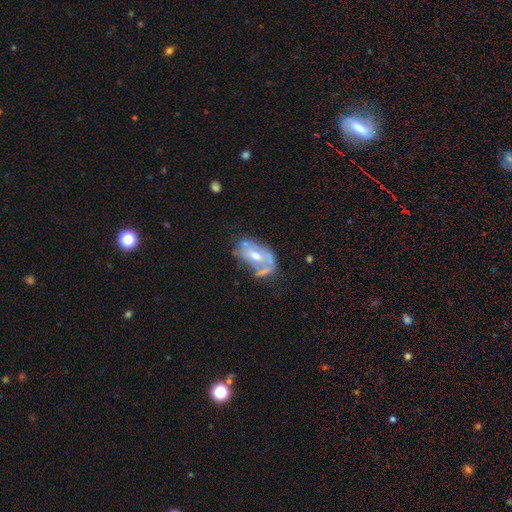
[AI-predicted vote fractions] Smooth or featured: featured or disk — 66% (smooth — 26%)
Edge-on disk: no — 95% (yes — 5%)
Bar: no — 61% (weak — 30%)
Spiral arms: yes — 55% (no — 45%)
Bulge size: moderate — 64% (small — 30%)
Merging: none — 36% (minor disturbance — 29%)